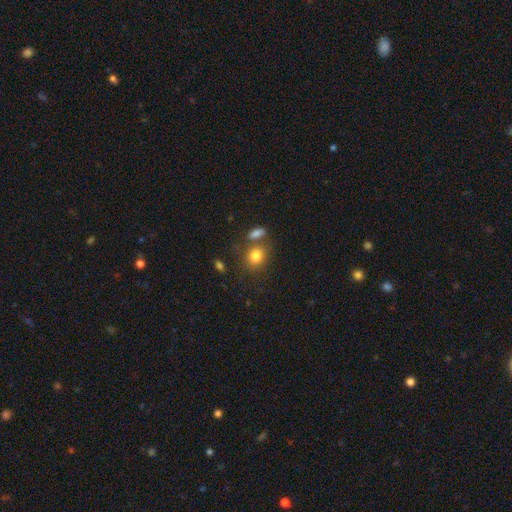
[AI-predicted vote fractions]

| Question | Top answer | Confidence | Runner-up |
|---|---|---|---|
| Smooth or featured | smooth | 82% | star or artifact (10%) |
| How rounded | round | 60% | in between (38%) |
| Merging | none | 60% | merger (21%) |